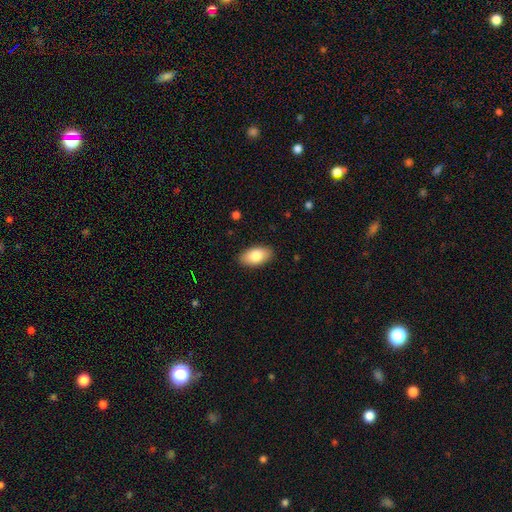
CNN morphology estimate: Smooth or featured: smooth — 81% (featured or disk — 12%)
How rounded: in between — 94% (round — 4%)
Merging: none — 88% (minor disturbance — 9%)